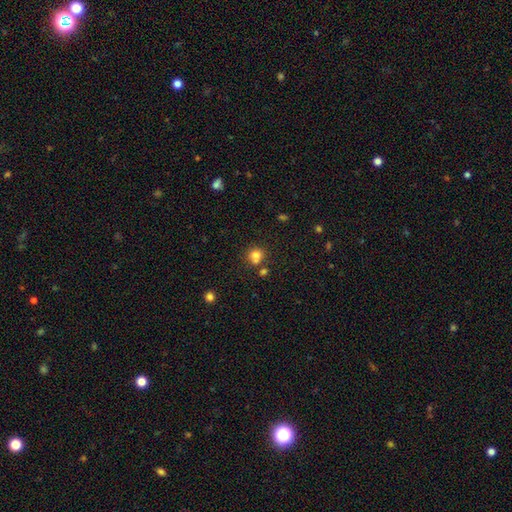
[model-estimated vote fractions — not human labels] A smooth galaxy with no disk features (78%) that is round (83%). Merging: none (56%).